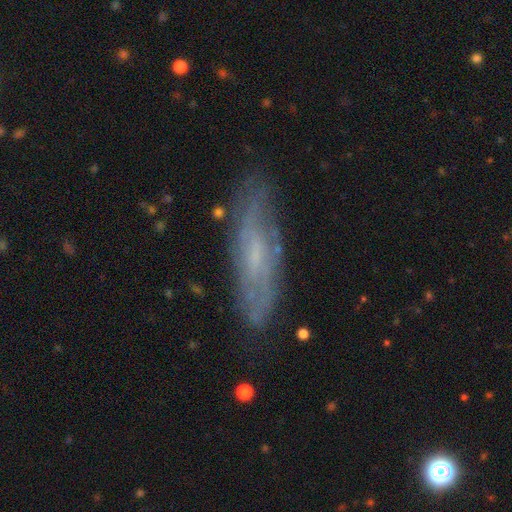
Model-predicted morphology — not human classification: smooth_or_featured: featured or disk (p=0.60) [alt: smooth p=0.32]
disk_edge_on: no (p=0.65) [alt: yes p=0.35]
merging: none (p=0.79) [alt: minor disturbance p=0.16]